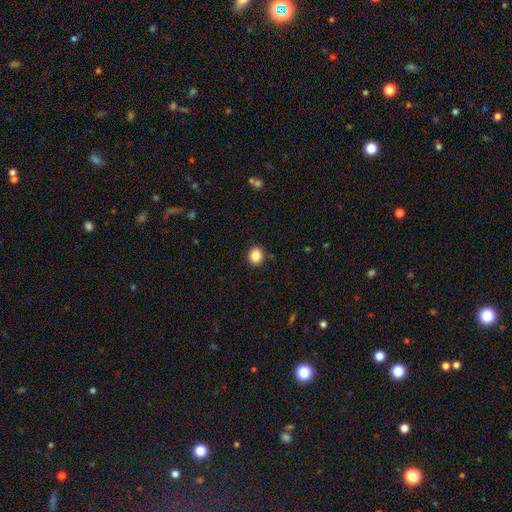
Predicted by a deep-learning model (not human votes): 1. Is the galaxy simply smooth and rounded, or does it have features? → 86% smooth, 10% star or artifact, 4% featured or disk.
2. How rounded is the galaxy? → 79% round, 20% in between, 1% cigar-shaped.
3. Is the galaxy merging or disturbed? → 90% none, 7% minor disturbance, 2% major disturbance, 2% merger.